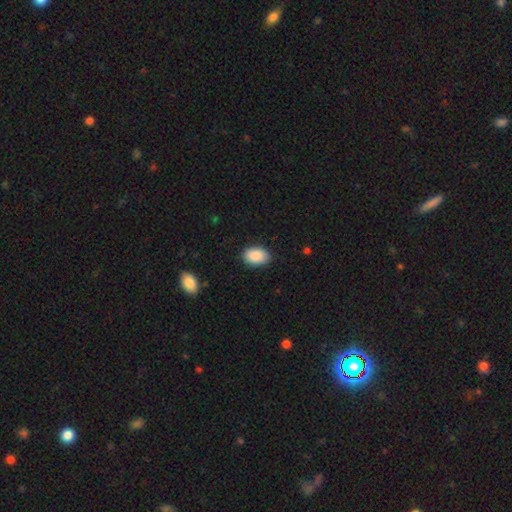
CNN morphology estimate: A smooth galaxy with no disk features (89%) that is in between round and cigar-shaped (89%).

Vote fractions:
- Smooth or featured? smooth: 89% / star or artifact: 7% / featured or disk: 4%
- How rounded? in between: 89% / round: 10% / cigar-shaped: 1%
- Merging? none: 87% / minor disturbance: 10% / major disturbance: 2% / merger: 1%